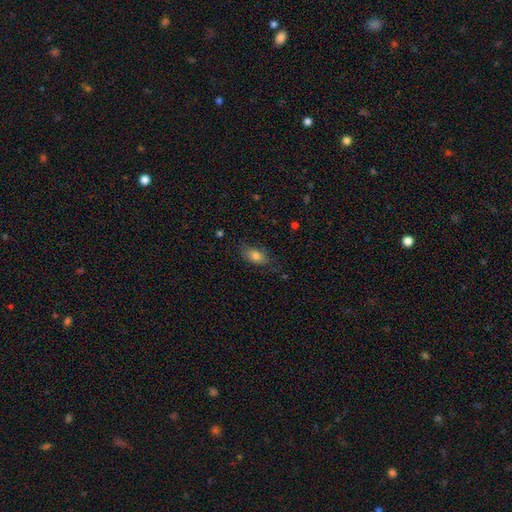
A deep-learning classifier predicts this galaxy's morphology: Smooth or featured: smooth — 78% (featured or disk — 13%)
How rounded: in between — 88% (round — 7%)
Merging: none — 71% (minor disturbance — 21%)